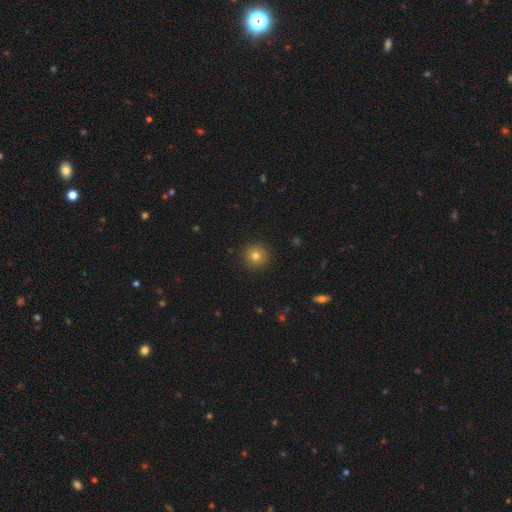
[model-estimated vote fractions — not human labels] Smooth or featured? smooth (79%)
How rounded? round (95%)
Merging? none (92%)